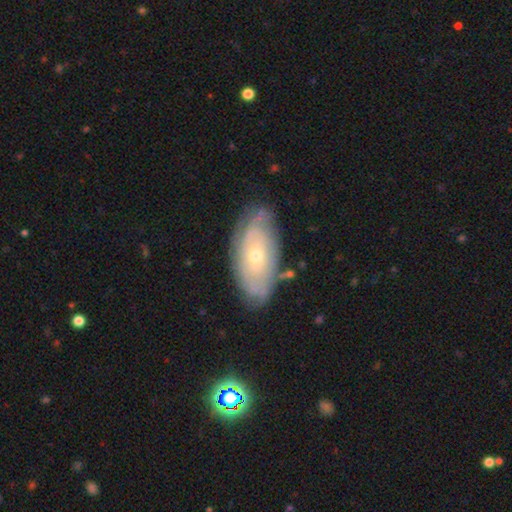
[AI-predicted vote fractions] A featured or disk galaxy (66%) with no bar (81%), spiral arms (71%) and a small central bulge (62%). Merging: none (73%).